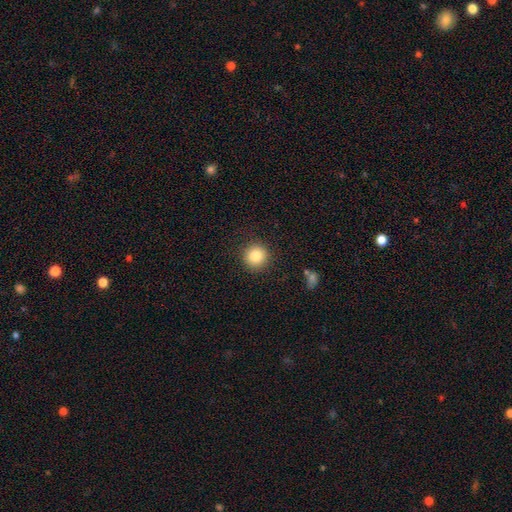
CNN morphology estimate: A smooth galaxy with no disk features (82%) that is round (94%).

Vote fractions:
- Smooth or featured? smooth: 82% / star or artifact: 10% / featured or disk: 8%
- How rounded? round: 94% / in between: 5% / cigar-shaped: 1%
- Merging? none: 89% / minor disturbance: 7% / major disturbance: 3% / merger: 1%